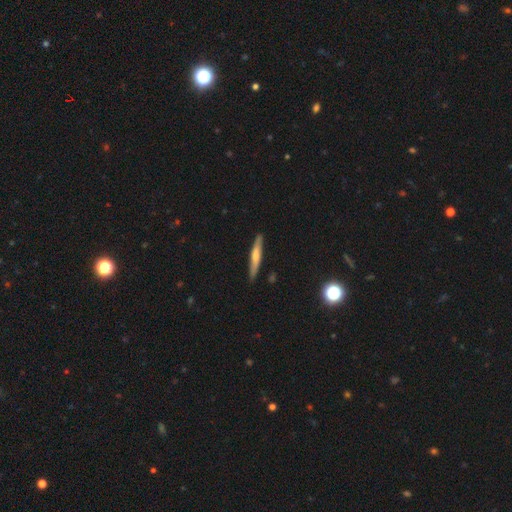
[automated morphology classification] smooth_or_featured: smooth (p=0.53) [alt: featured or disk p=0.41]
how_rounded: cigar-shaped (p=0.93) [alt: in between p=0.05]
merging: none (p=0.87) [alt: minor disturbance p=0.10]